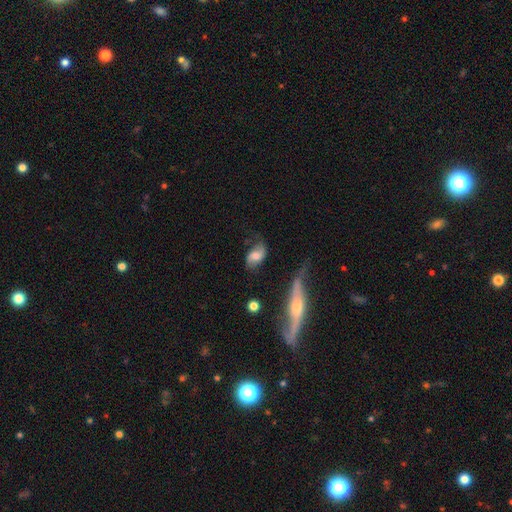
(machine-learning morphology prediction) Smooth or featured: featured or disk — 53% (smooth — 39%)
Edge-on disk: no — 92% (yes — 8%)
Merging: none — 58% (minor disturbance — 23%)